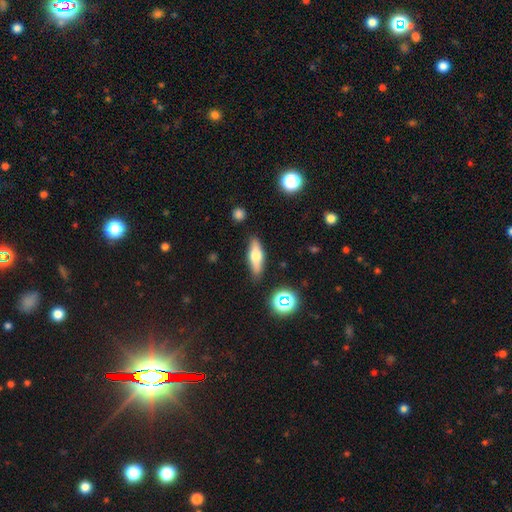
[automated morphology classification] type=smooth (53%); roundness=in between (48%, tied with cigar-shaped); merging=none (84%).